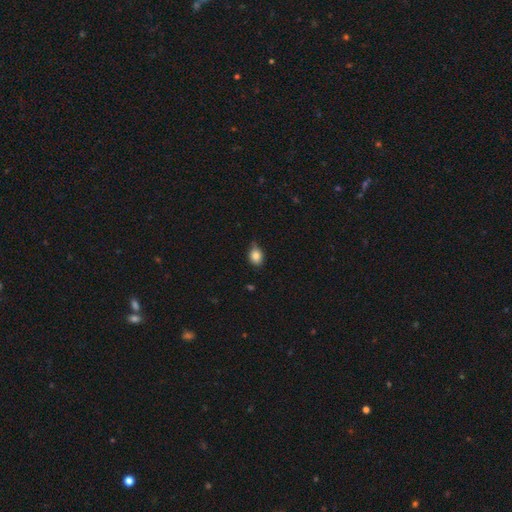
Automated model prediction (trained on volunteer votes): Overall: smooth (84%). How rounded: in between (61%; round 37%). Merging: none (63%; minor disturbance 31%).